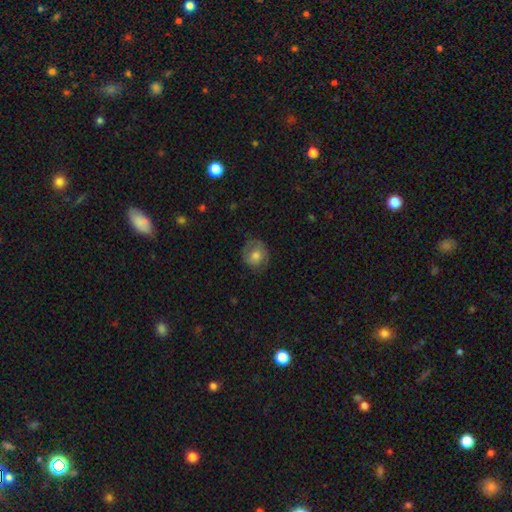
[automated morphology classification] The model was most divided on "smooth or featured": smooth: 64%, featured or disk: 27%, star or artifact: 8%. More confident: how rounded — round (74%); merging — none (64%).